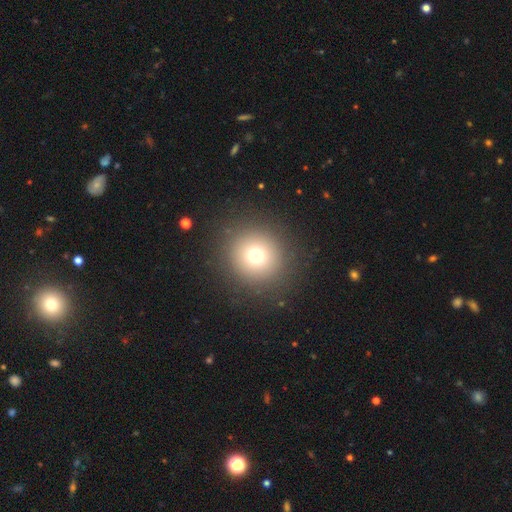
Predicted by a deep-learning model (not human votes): Overall: smooth (72%). How rounded: round (93%). Merging: none (89%).